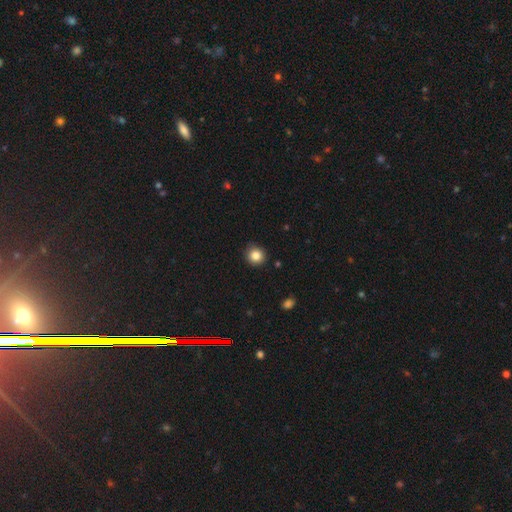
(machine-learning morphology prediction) A smooth galaxy with no disk features (84%) that is round (91%).

Vote fractions:
- Smooth or featured? smooth: 84% / star or artifact: 11% / featured or disk: 5%
- How rounded? round: 91% / in between: 8% / cigar-shaped: 1%
- Merging? none: 87% / minor disturbance: 10% / major disturbance: 2% / merger: 1%